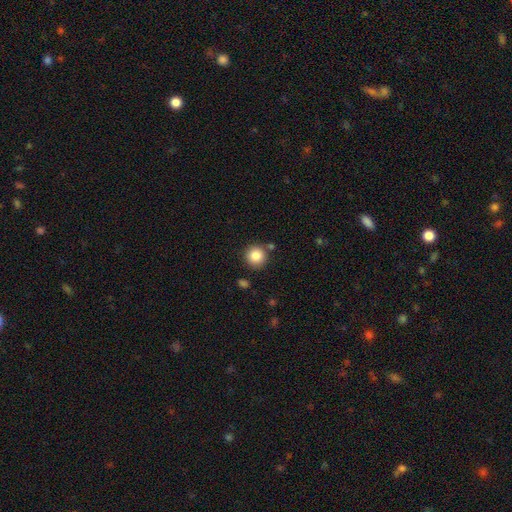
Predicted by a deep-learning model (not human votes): This appears to be a smooth galaxy with no disk features (85%) that is round (95%). Merging: none (85%).